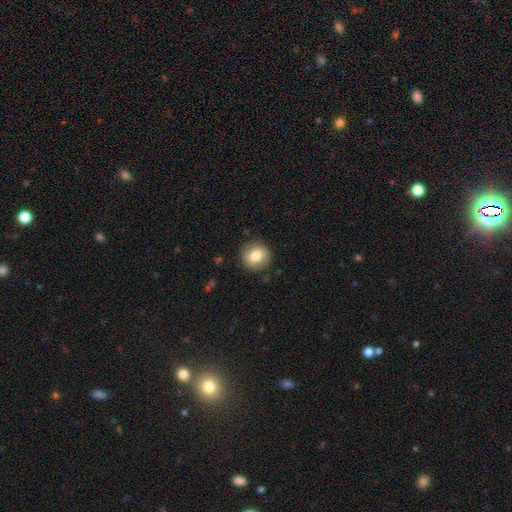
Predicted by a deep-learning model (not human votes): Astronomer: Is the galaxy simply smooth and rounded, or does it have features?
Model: smooth — 79%.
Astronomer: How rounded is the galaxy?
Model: round — 82%.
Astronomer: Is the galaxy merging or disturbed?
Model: none — 86%.